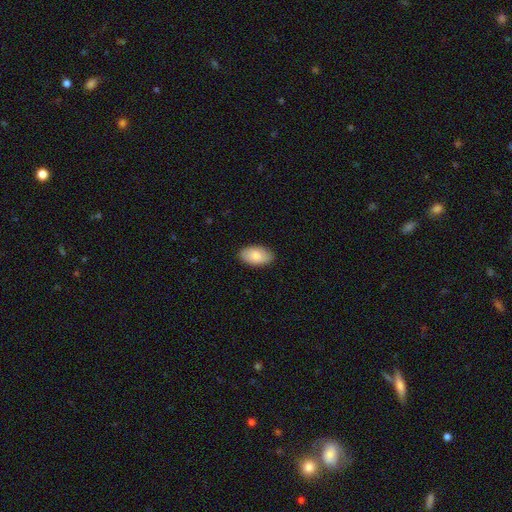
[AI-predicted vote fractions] Smooth or featured? Predicted: smooth (p=0.84). How rounded? Predicted: in between (p=0.95). Merging? Predicted: none (p=0.88).